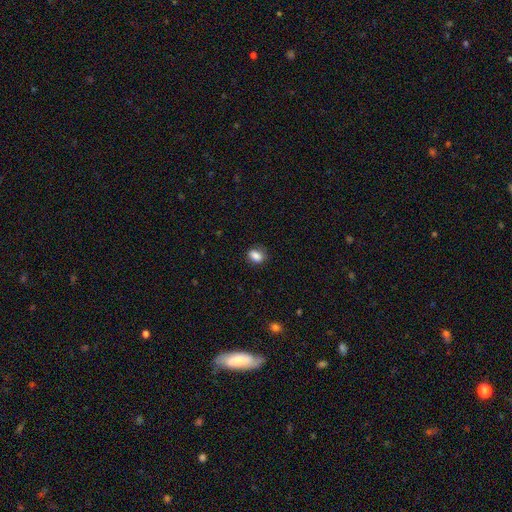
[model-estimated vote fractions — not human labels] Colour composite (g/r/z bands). It shows a smooth galaxy with no disk features (86%) that is in between round and cigar-shaped (73%). Merging: none (80%).